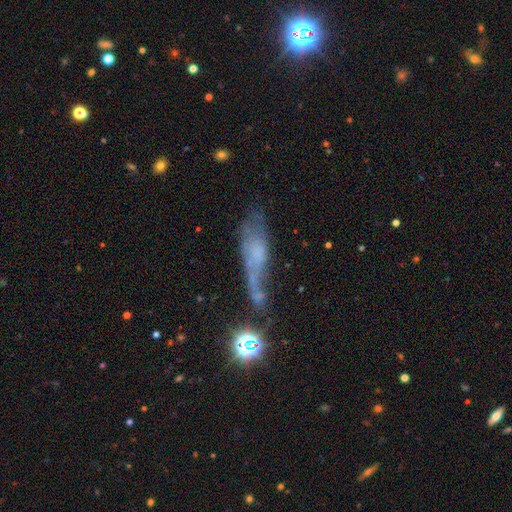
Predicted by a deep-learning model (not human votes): Q: Smooth or featured?
A: featured or disk (43%); runner-up: smooth (40%)
Q: Merging?
A: none (31%); runner-up: major disturbance (30%)